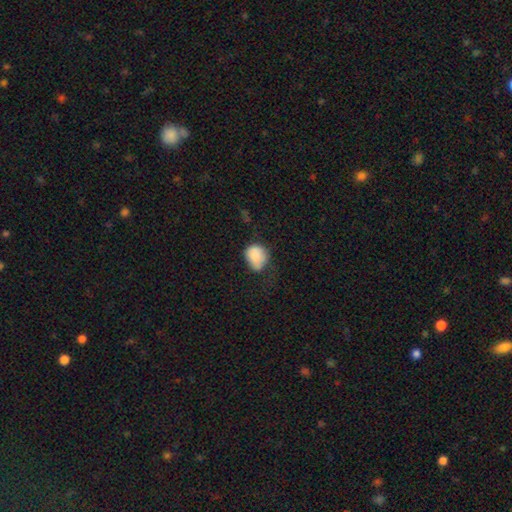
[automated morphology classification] Smooth or featured?
  - smooth: 81% *
  - featured or disk: 11%
  - star or artifact: 8%
How rounded?
  - round: 57% *
  - in between: 42%
  - cigar-shaped: 1%
Merging?
  - none: 40% *
  - minor disturbance: 39%
  - major disturbance: 17%
  - merger: 4%